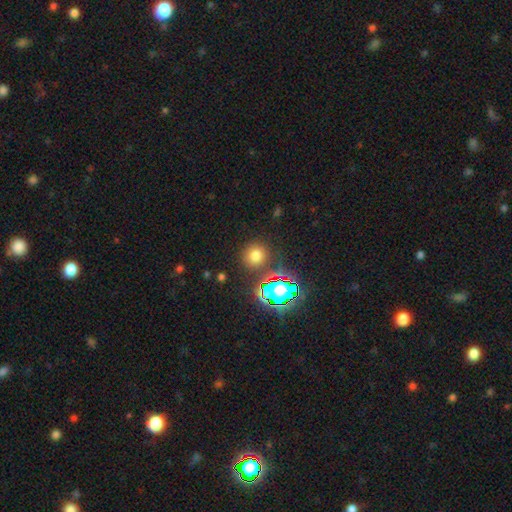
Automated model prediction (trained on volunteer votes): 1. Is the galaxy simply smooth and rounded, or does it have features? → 67% smooth, 25% star or artifact, 7% featured or disk.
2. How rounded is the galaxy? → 88% round, 11% in between, 1% cigar-shaped.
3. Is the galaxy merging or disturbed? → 85% none, 8% minor disturbance, 4% merger, 3% major disturbance.